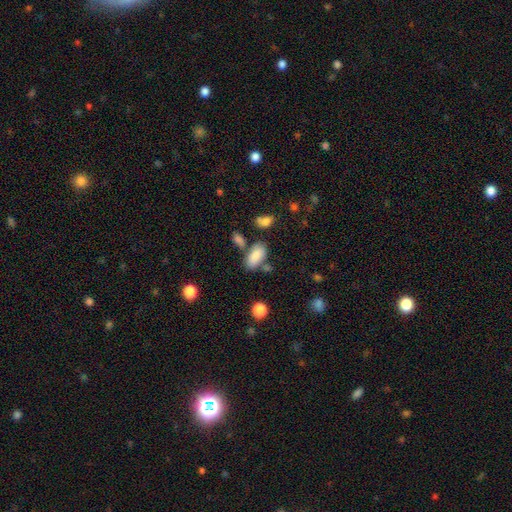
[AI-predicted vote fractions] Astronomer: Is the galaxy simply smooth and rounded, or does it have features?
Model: smooth — 85%.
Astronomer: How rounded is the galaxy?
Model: in between — 93%.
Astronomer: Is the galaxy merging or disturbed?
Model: none — 66%.